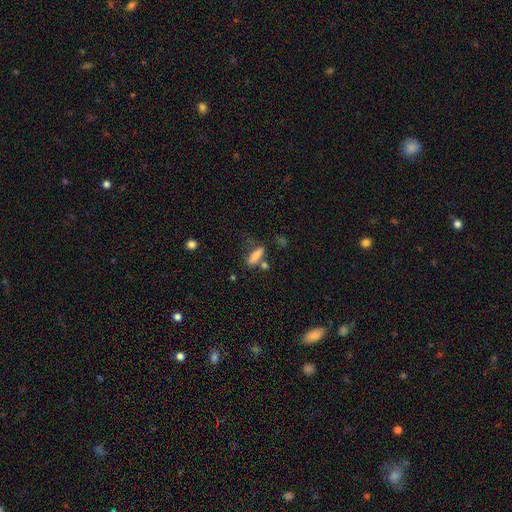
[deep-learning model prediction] Smooth or featured?
  - smooth: 78% *
  - featured or disk: 13%
  - star or artifact: 9%
How rounded?
  - in between: 50% *
  - cigar-shaped: 46%
  - round: 4%
Merging?
  - none: 49% *
  - minor disturbance: 22%
  - merger: 16%
  - major disturbance: 12%